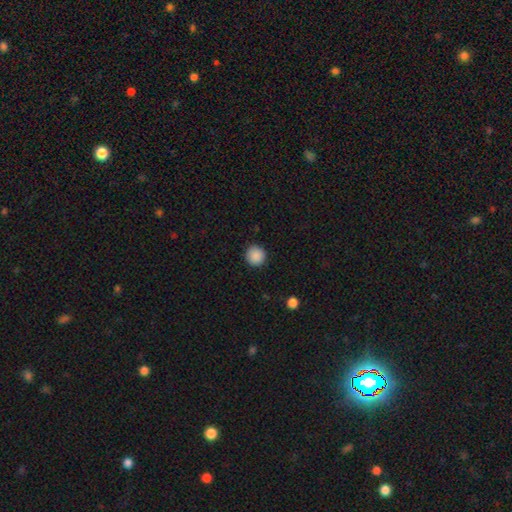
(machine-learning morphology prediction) smooth 89%, star or artifact 9%, featured or disk 2%. Down the decision tree: how rounded — round (95%); merging — none (91%).